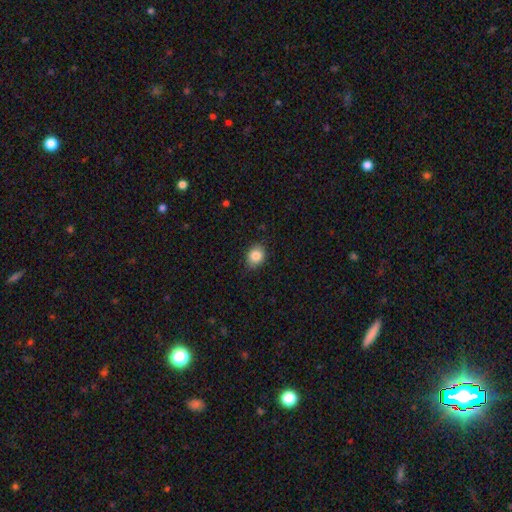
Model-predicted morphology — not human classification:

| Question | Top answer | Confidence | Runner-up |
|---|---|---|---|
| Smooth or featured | smooth | 84% | star or artifact (9%) |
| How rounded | round | 54% | in between (45%) |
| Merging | none | 82% | minor disturbance (15%) |